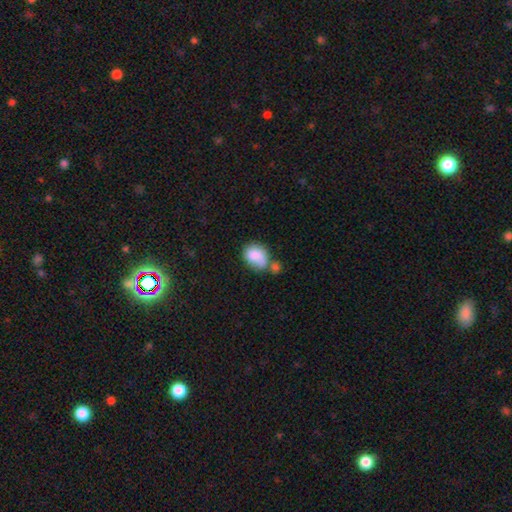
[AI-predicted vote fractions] Morphology: type=smooth (80%); roundness=in between (58%); merging=merger (34%).